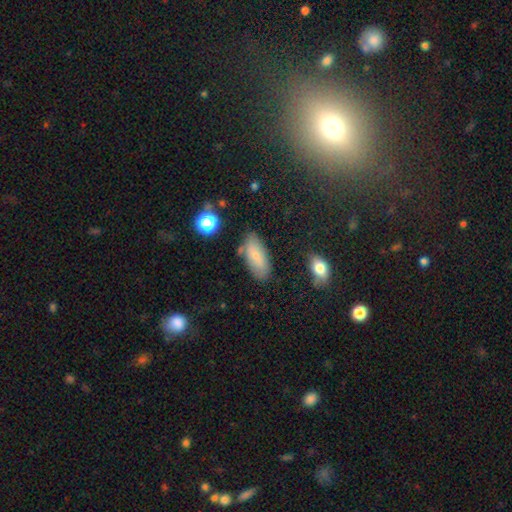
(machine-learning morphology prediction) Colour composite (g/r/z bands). It shows a smooth galaxy with no disk features (72%) that is in between round and cigar-shaped (85%). Merging: none (73%).